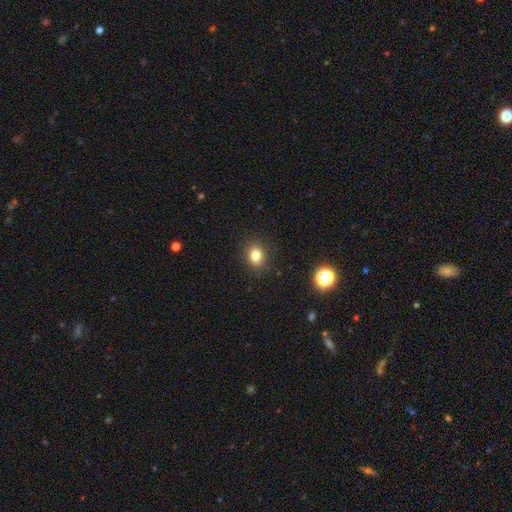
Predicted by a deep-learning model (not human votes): smooth-or-featured: smooth: 81% | star or artifact: 12% | featured or disk: 6%
  how-rounded: round: 53% | in between: 46% | cigar-shaped: 1%
  merging: none: 89% | minor disturbance: 8% | major disturbance: 2% | merger: 1%